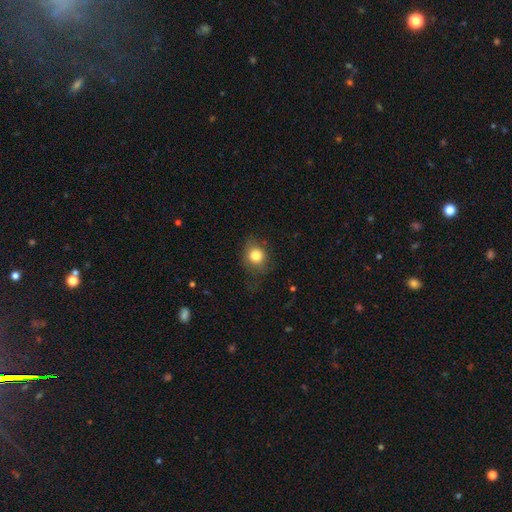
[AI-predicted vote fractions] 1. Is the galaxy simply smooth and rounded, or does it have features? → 80% smooth, 11% star or artifact, 10% featured or disk.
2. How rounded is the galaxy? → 71% round, 28% in between, 1% cigar-shaped.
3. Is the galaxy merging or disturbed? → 65% none, 23% minor disturbance, 10% major disturbance, 1% merger.